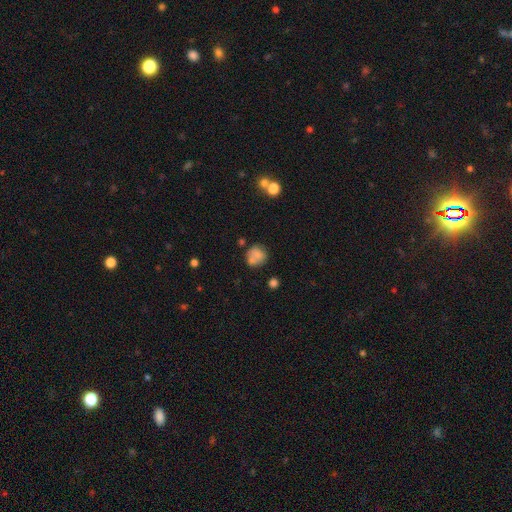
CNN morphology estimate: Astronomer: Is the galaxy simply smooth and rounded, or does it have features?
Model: smooth — 73%.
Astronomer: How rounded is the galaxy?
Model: round — 79%.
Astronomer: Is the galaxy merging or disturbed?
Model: none — 52%.